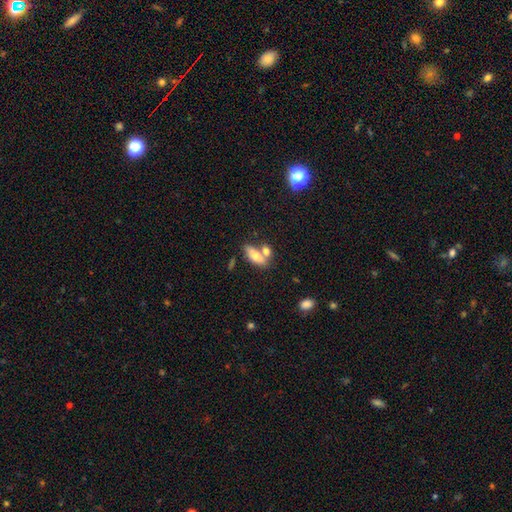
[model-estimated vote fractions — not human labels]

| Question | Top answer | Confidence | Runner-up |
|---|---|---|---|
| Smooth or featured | smooth | 67% | featured or disk (26%) |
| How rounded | in between | 71% | cigar-shaped (24%) |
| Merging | none | 51% | merger (33%) |